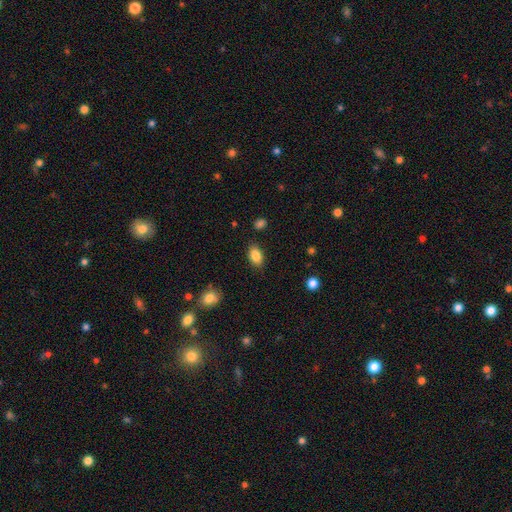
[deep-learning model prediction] Morphology: type=smooth (86%); roundness=in between (88%); merging=none (85%).